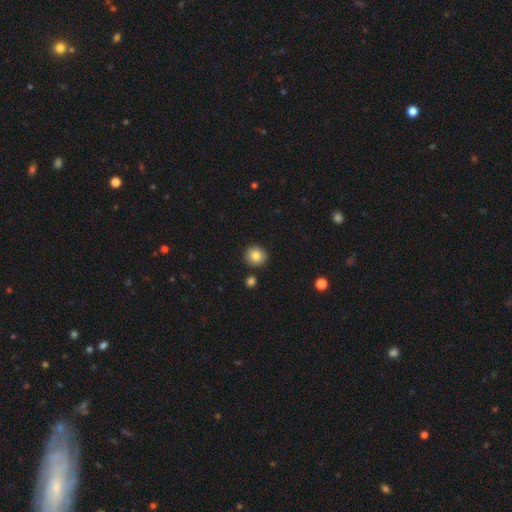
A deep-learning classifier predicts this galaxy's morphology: Overall: smooth (83%). How rounded: round (90%). Merging: none (88%).